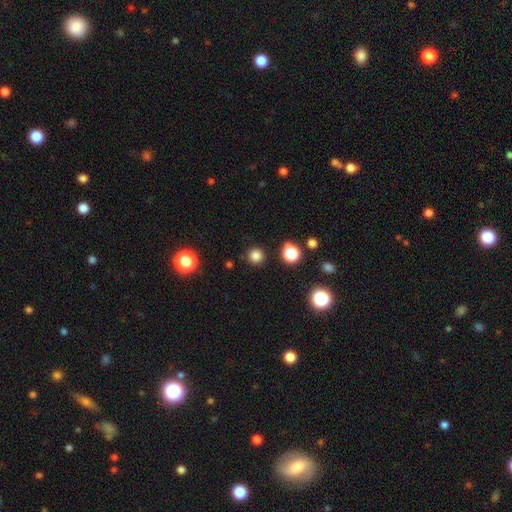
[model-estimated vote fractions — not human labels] A smooth galaxy with no disk features (81%) that is round (95%). Merging: none (89%).